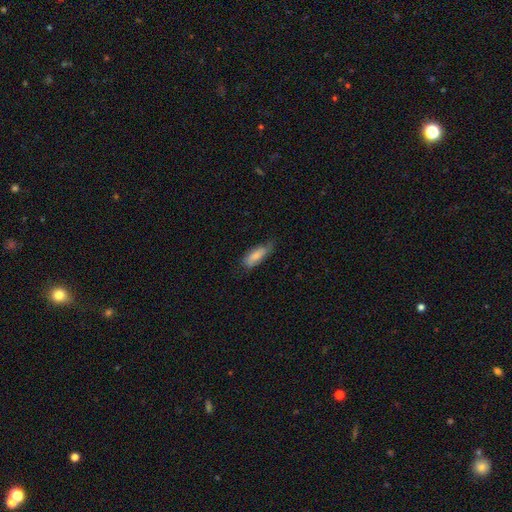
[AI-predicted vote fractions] Smooth or featured? Predicted: smooth (p=0.77). How rounded? Predicted: in between (p=0.71). Merging? Predicted: none (p=0.53).